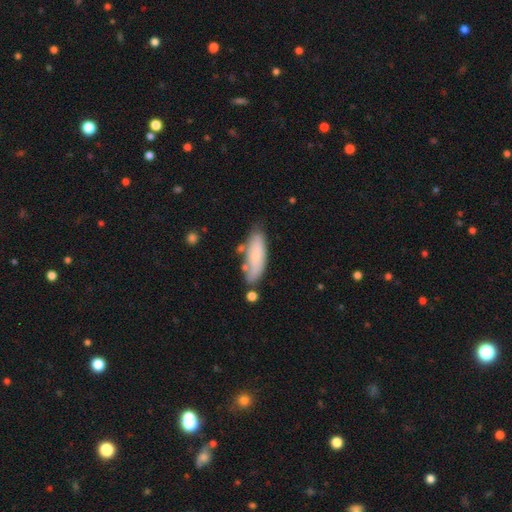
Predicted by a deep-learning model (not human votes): The model was most divided on "how rounded": in between: 61%, cigar-shaped: 38%, round: 2%. More confident: smooth or featured — smooth (69%); merging — none (63%).